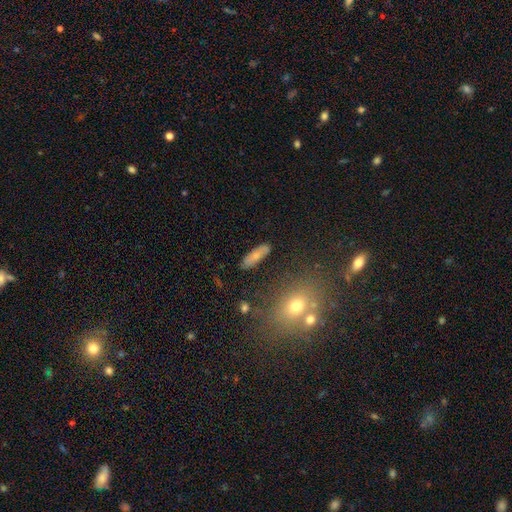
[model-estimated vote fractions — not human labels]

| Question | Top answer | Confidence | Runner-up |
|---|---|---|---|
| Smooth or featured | smooth | 70% | featured or disk (22%) |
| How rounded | cigar-shaped | 49% | in between (47%) |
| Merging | none | 83% | minor disturbance (11%) |